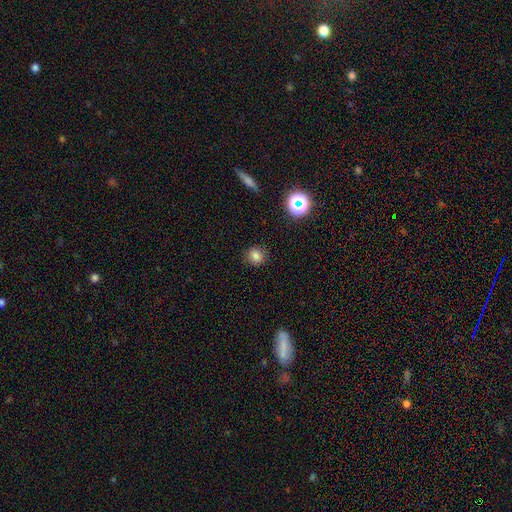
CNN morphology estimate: The model was most divided on "smooth or featured": smooth: 79%, star or artifact: 16%, featured or disk: 6%. More confident: merging — none (87%); how rounded — round (82%).